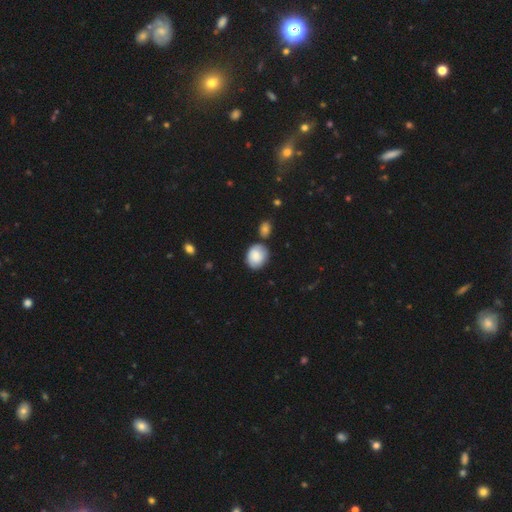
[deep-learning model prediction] Smooth or featured?
  - smooth: 82% *
  - featured or disk: 10%
  - star or artifact: 7%
How rounded?
  - round: 57% *
  - in between: 42%
  - cigar-shaped: 1%
Merging?
  - none: 63% *
  - minor disturbance: 20%
  - merger: 12%
  - major disturbance: 4%